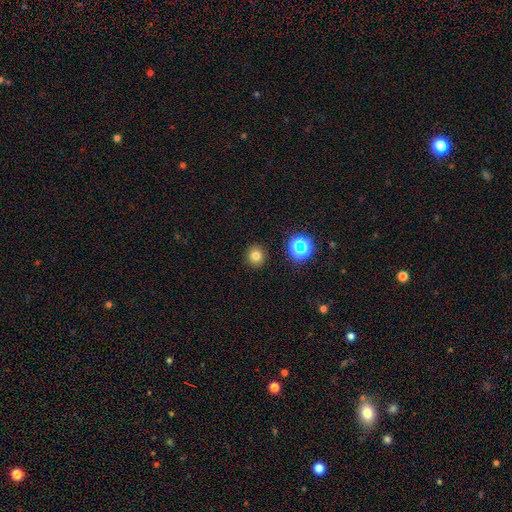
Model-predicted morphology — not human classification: Smooth or featured: smooth — 75% (star or artifact — 18%)
How rounded: round — 88% (in between — 11%)
Merging: none — 90% (minor disturbance — 6%)